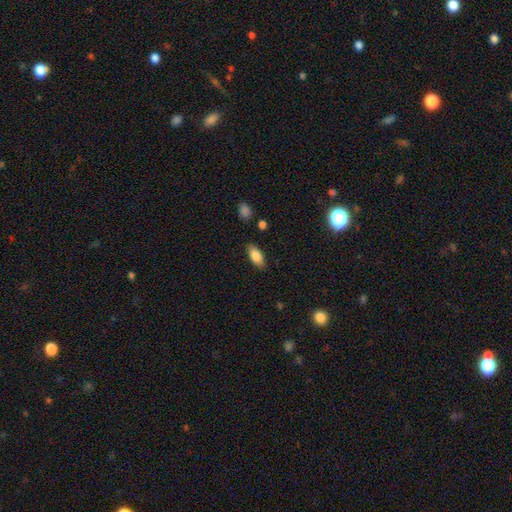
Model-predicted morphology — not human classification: Q: Smooth or featured?
A: smooth (83%); runner-up: featured or disk (10%)
Q: How rounded?
A: in between (87%); runner-up: cigar-shaped (10%)
Q: Merging?
A: none (85%); runner-up: minor disturbance (11%)